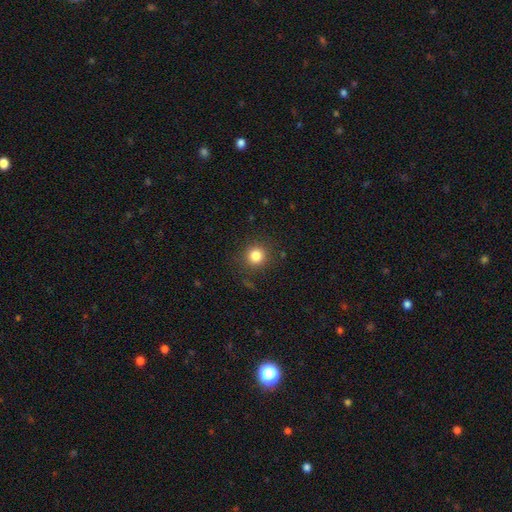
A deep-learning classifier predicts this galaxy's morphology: smooth-or-featured: smooth: 83% | star or artifact: 12% | featured or disk: 5%
  how-rounded: round: 92% | in between: 7% | cigar-shaped: 1%
  merging: none: 87% | minor disturbance: 8% | major disturbance: 4% | merger: 1%